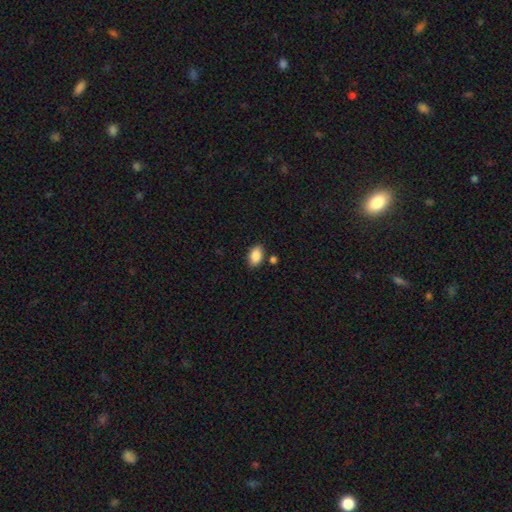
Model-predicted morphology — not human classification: smooth_or_featured: smooth (p=0.88) [alt: star or artifact p=0.07]
how_rounded: in between (p=0.90) [alt: round p=0.08]
merging: none (p=0.81) [alt: minor disturbance p=0.11]